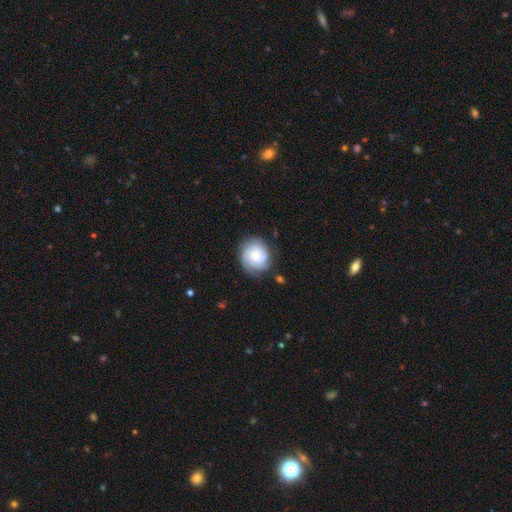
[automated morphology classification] Smooth or featured? Predicted: featured or disk (p=0.62). Edge-on disk? Predicted: no (p=0.98). Bar? Predicted: no (p=0.75). Spiral arms? Predicted: yes (p=0.92). Spiral winding? Predicted: tight (p=0.70). Spiral arm count? Predicted: can't tell (p=0.31). Bulge size? Predicted: moderate (p=0.46). Merging? Predicted: none (p=0.77).